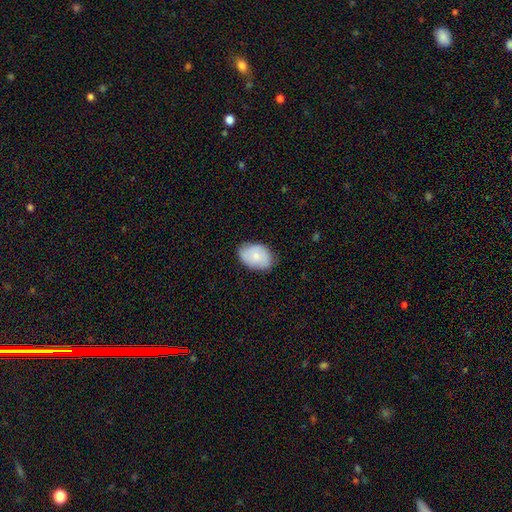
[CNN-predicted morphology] Overall: smooth (75%). How rounded: in between (84%). Merging: none (76%).